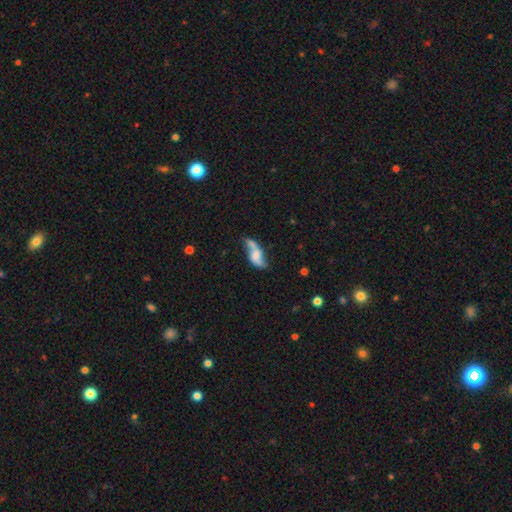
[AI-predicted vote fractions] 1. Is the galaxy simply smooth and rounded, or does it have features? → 64% featured or disk, 28% smooth, 8% star or artifact.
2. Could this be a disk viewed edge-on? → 89% no, 11% yes.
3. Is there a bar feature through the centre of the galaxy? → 59% no, 31% weak, 11% strong.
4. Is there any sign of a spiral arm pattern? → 82% yes, 18% no.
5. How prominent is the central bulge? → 34% moderate, 33% small, 21% none, 10% large, 2% dominant.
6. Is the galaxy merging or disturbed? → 43% none, 24% minor disturbance, 17% merger, 16% major disturbance.